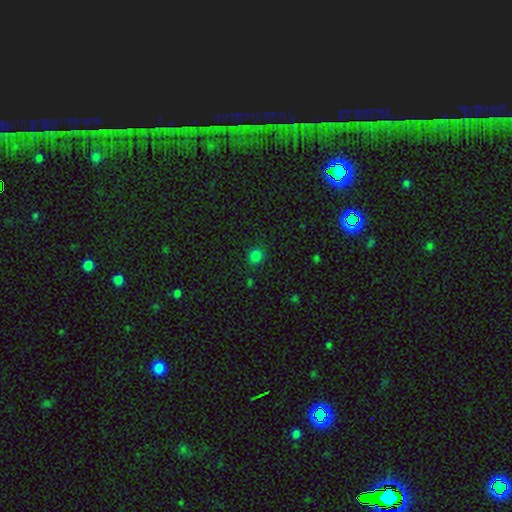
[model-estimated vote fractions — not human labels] The model was most divided on "smooth or featured": smooth: 80%, star or artifact: 16%, featured or disk: 4%. More confident: merging — none (87%); how rounded — round (84%).